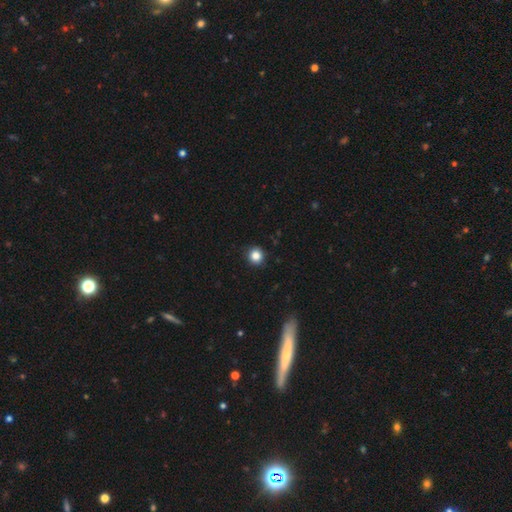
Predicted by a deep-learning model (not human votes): smooth 84%, star or artifact 11%, featured or disk 4%. Down the decision tree: how rounded — round (93%); merging — none (92%).